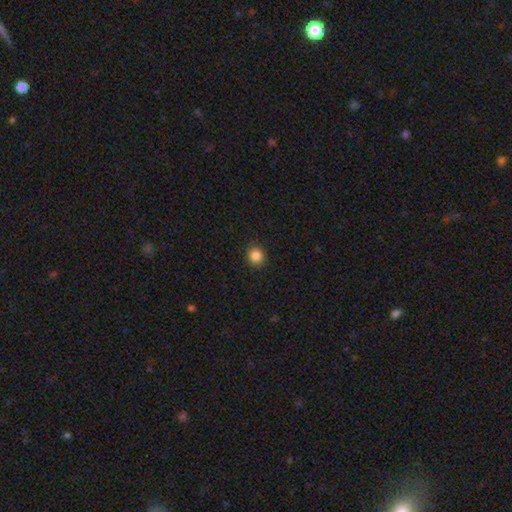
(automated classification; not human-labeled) Smooth or featured? smooth (86%)
How rounded? round (84%)
Merging? none (91%)